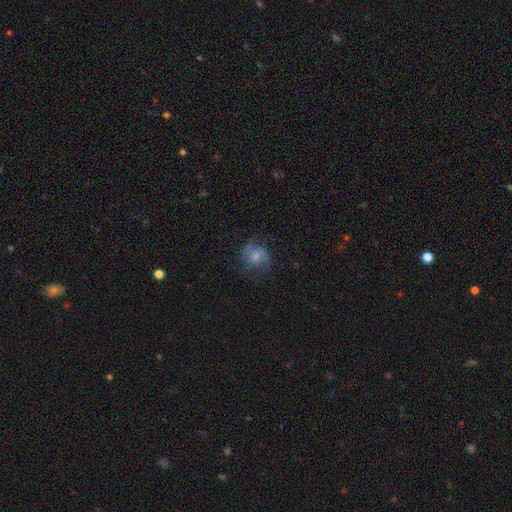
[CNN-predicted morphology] Smooth or featured? smooth (48%)
Merging? none (61%)